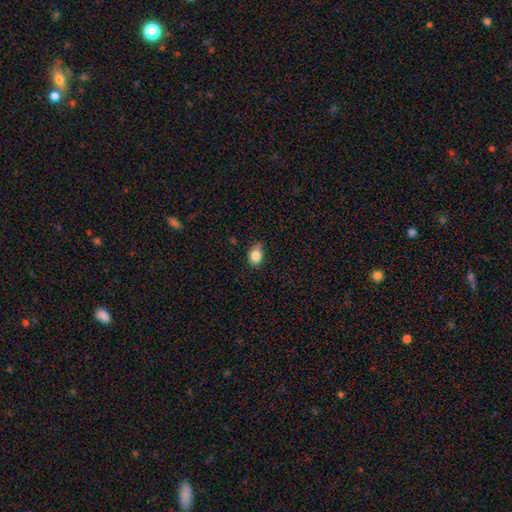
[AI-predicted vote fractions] Overall: smooth (85%). How rounded: in between (67%; round 31%). Merging: none (68%).